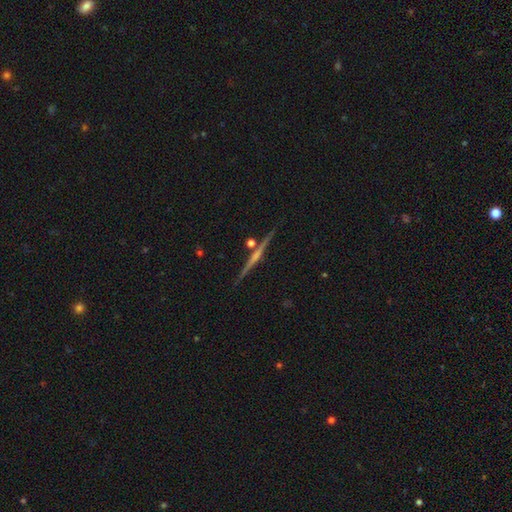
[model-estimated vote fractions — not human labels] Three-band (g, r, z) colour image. It shows a featured or disk galaxy (76%) viewed edge-on (98%) with a rounded central bulge (49%). Merging: none (88%).